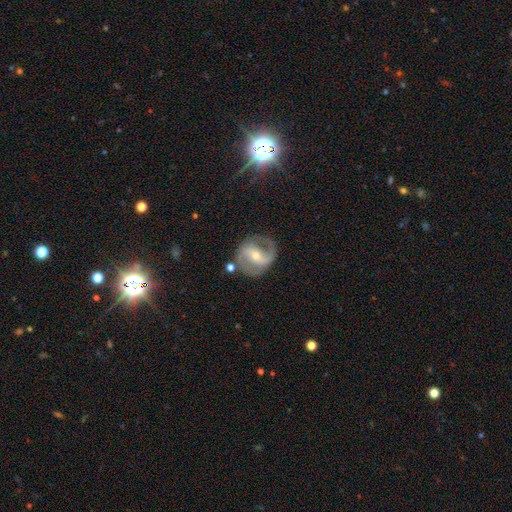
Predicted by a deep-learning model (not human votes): Q: Smooth or featured?
A: featured or disk (85%); runner-up: smooth (10%)
Q: Edge-on disk?
A: no (97%); runner-up: yes (3%)
Q: Bar?
A: strong (45%); runner-up: weak (36%)
Q: Spiral arms?
A: yes (93%); runner-up: no (7%)
Q: Spiral winding?
A: medium (52%); runner-up: tight (26%)
Q: Spiral arm count?
A: 2 (87%); runner-up: can't tell (5%)
Q: Bulge size?
A: small (51%); runner-up: moderate (45%)
Q: Merging?
A: none (74%); runner-up: minor disturbance (15%)